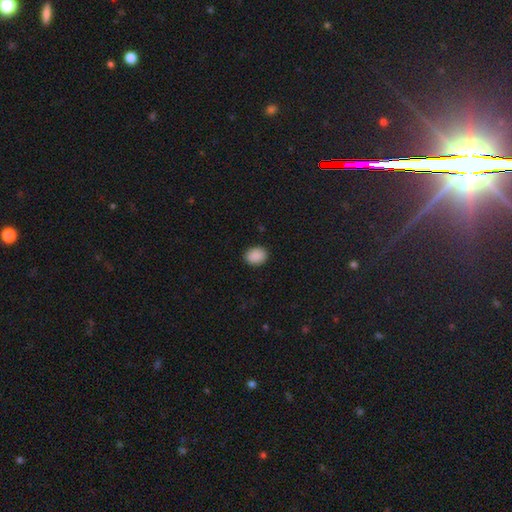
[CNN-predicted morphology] This is clearly a smooth galaxy (89%). How rounded: possibly in between (56%). Merging: clearly none (89%).